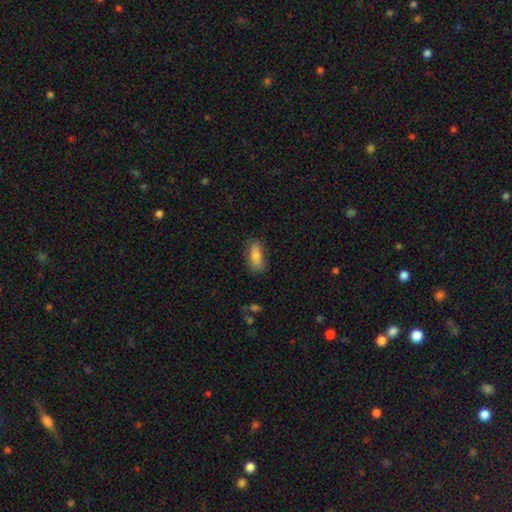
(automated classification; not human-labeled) This is clearly a smooth galaxy (80%). How rounded: likely in between (77%). Merging: likely none (79%).